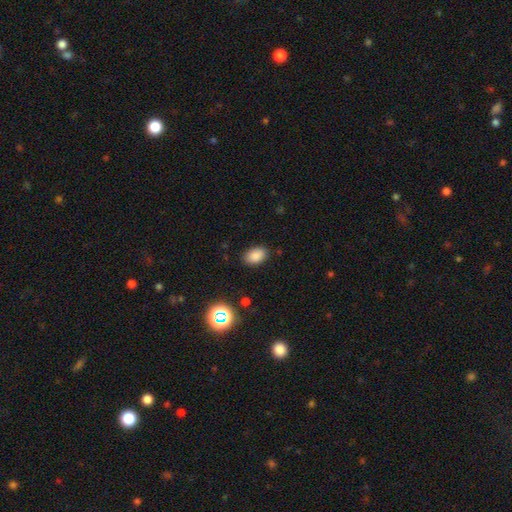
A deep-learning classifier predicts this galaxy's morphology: Smooth or featured? smooth (84%)
How rounded? in between (88%)
Merging? none (86%)